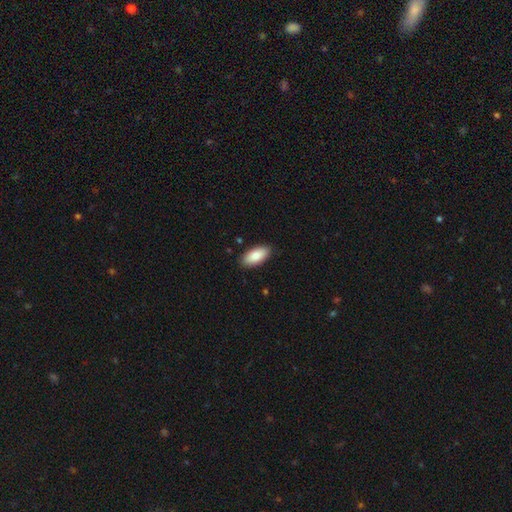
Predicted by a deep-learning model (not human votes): The model was most divided on "smooth or featured": smooth: 86%, featured or disk: 8%, star or artifact: 6%. More confident: how rounded — in between (91%); merging — none (88%).